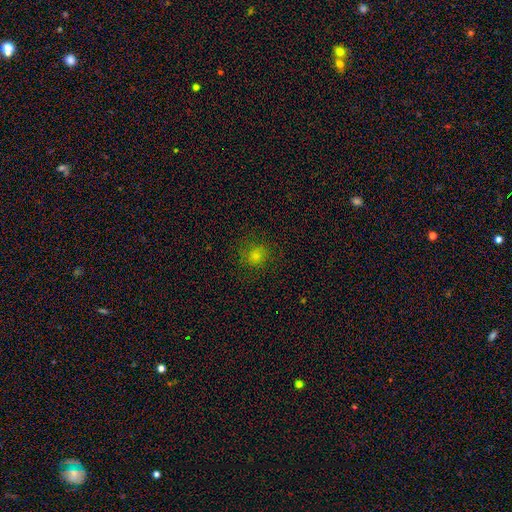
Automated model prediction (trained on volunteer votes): smooth 71%, star or artifact 21%, featured or disk 8%. Down the decision tree: how rounded — round (85%); merging — none (81%).